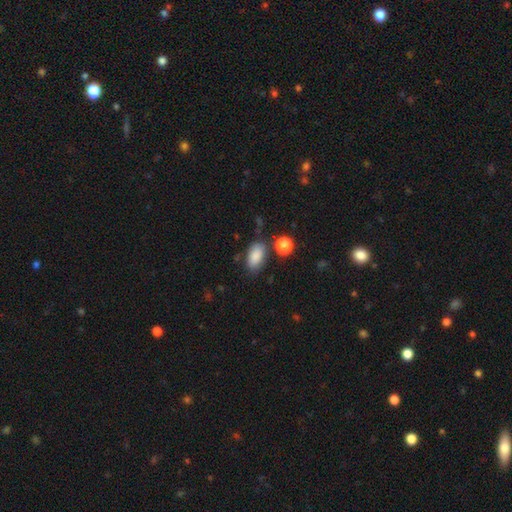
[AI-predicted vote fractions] smooth 85%, star or artifact 8%, featured or disk 7%. Down the decision tree: how rounded — in between (92%); merging — none (72%).